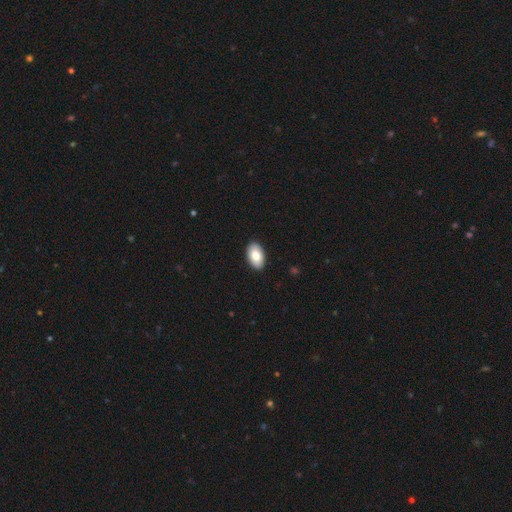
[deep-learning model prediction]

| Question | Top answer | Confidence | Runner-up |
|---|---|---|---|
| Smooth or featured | smooth | 82% | featured or disk (12%) |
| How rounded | in between | 94% | round (5%) |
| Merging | none | 91% | minor disturbance (7%) |